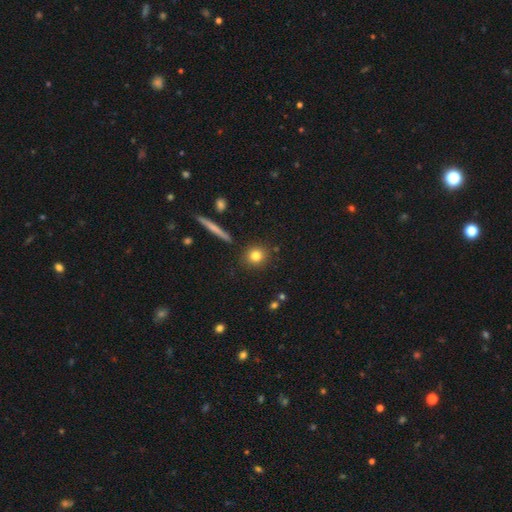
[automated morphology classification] type=smooth (81%); roundness=round (87%); merging=none (88%).